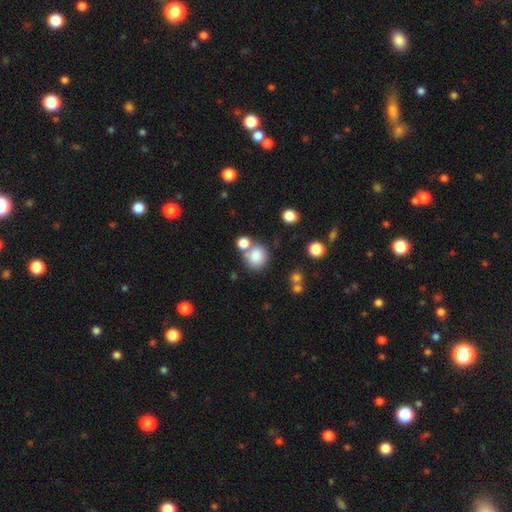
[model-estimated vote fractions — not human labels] This is clearly a smooth galaxy (82%). How rounded: clearly round (81%). Merging: possibly none (59%).